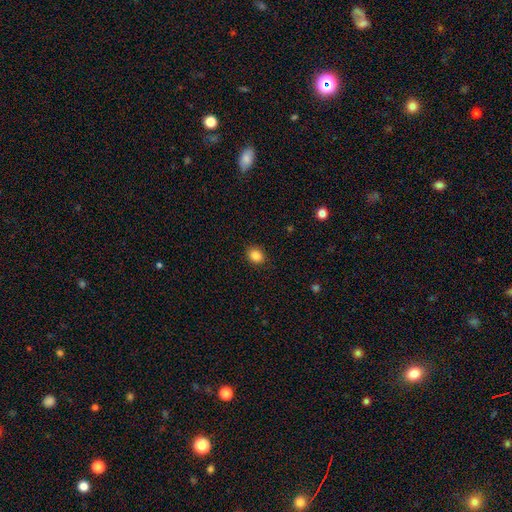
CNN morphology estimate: This appears to be a smooth galaxy with no disk features (86%) that is round (50%). Merging: none (89%).